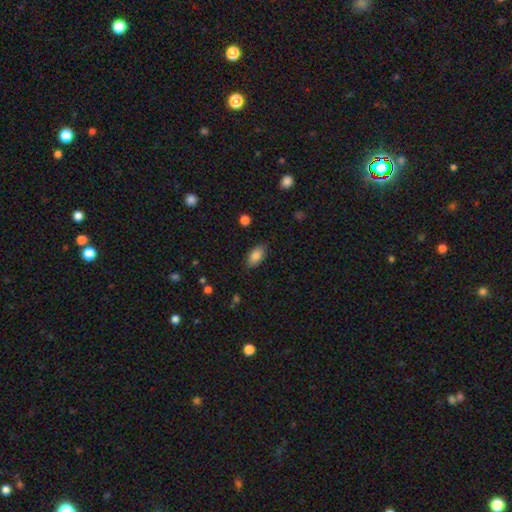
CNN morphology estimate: smooth_or_featured: smooth (p=0.86) [alt: star or artifact p=0.08]
how_rounded: in between (p=0.92) [alt: round p=0.04]
merging: none (p=0.84) [alt: minor disturbance p=0.12]